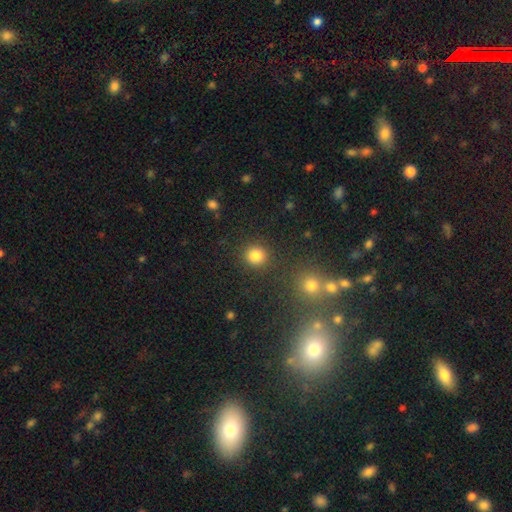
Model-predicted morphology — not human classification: type=smooth (83%); roundness=round (89%); merging=none (87%).